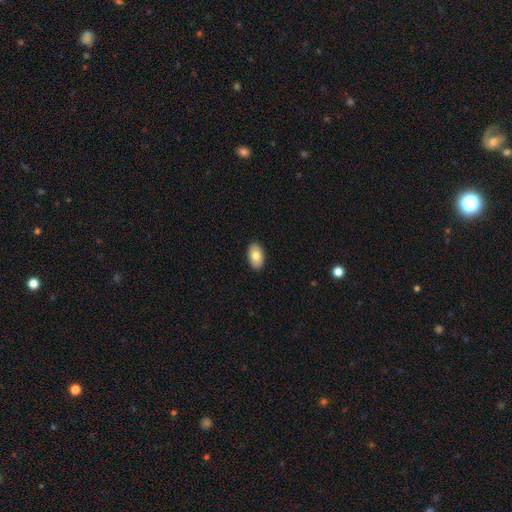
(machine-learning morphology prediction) Smooth or featured?
  - smooth: 79% *
  - featured or disk: 15%
  - star or artifact: 7%
How rounded?
  - in between: 94% *
  - round: 5%
  - cigar-shaped: 1%
Merging?
  - none: 90% *
  - minor disturbance: 7%
  - major disturbance: 2%
  - merger: 1%